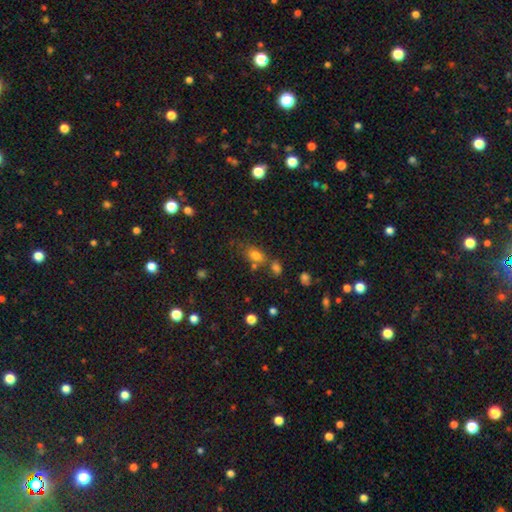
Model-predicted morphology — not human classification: Q: Smooth or featured?
A: smooth (77%); runner-up: star or artifact (14%)
Q: How rounded?
A: in between (79%); runner-up: round (18%)
Q: Merging?
A: none (54%); runner-up: merger (23%)